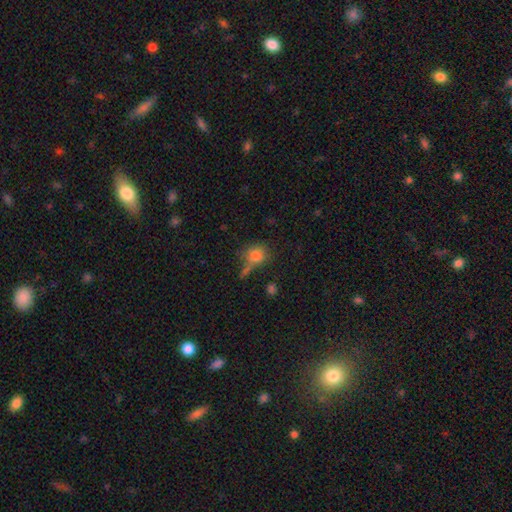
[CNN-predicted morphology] smooth-or-featured: smooth: 81% | star or artifact: 11% | featured or disk: 8%
  how-rounded: round: 73% | in between: 25% | cigar-shaped: 2%
  merging: none: 53% | minor disturbance: 19% | merger: 18% | major disturbance: 10%